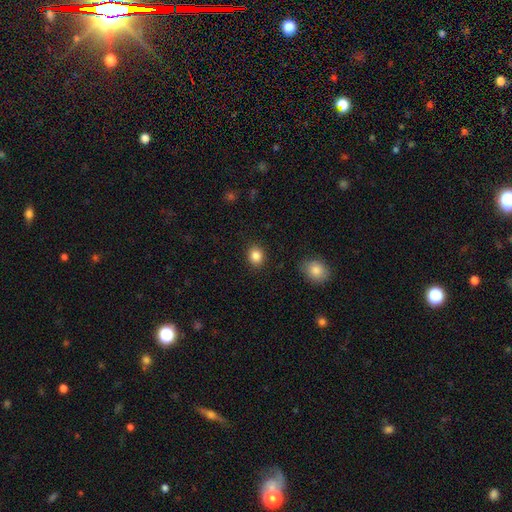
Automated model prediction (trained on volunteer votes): A smooth galaxy with no disk features (86%) that is round (64%).

Vote fractions:
- Smooth or featured? smooth: 86% / star or artifact: 10% / featured or disk: 5%
- How rounded? round: 64% / in between: 35% / cigar-shaped: 1%
- Merging? none: 89% / minor disturbance: 8% / major disturbance: 2% / merger: 1%